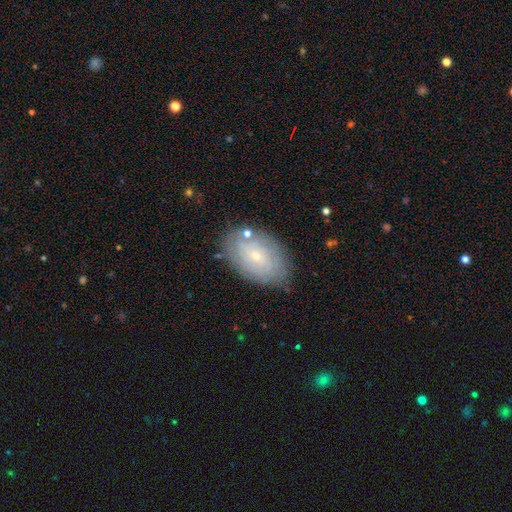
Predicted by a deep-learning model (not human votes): Overall: featured or disk (49%; smooth 43%). Merging: none (77%).